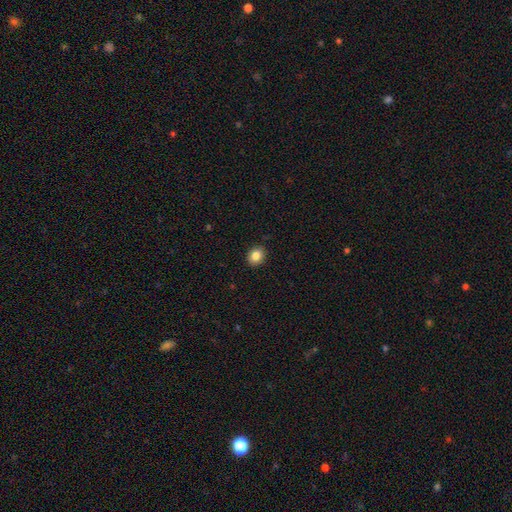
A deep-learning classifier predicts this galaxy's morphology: Smooth or featured? Predicted: smooth (p=0.85). How rounded? Predicted: round (p=0.55). Merging? Predicted: none (p=0.89).